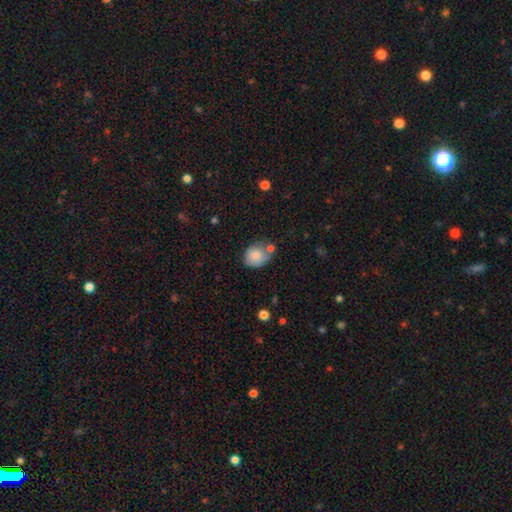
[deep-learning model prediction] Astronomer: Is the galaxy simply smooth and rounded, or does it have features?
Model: smooth — 81%.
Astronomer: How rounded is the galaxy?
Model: round — 59% (runner-up: in between, 40%).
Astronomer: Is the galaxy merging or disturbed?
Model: none — 56%.